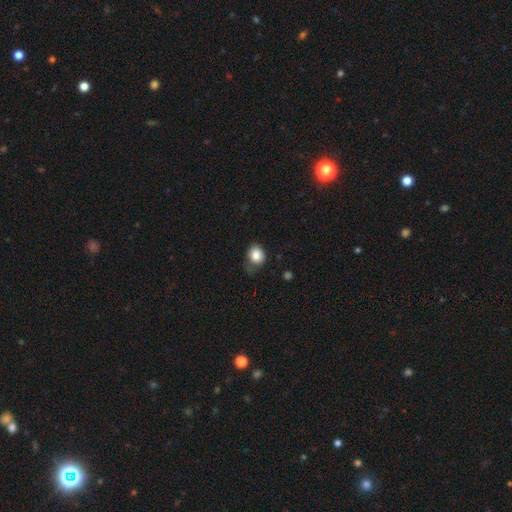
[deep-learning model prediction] A smooth galaxy with no disk features (84%) that is round (61%). Merging: none (55%).